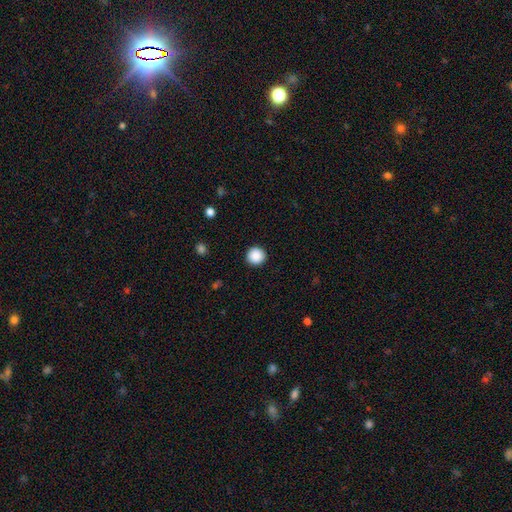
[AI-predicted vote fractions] smooth-or-featured: smooth: 89% | star or artifact: 9% | featured or disk: 2%
  how-rounded: round: 95% | in between: 4% | cigar-shaped: 1%
  merging: none: 92% | minor disturbance: 5% | major disturbance: 2% | merger: 1%